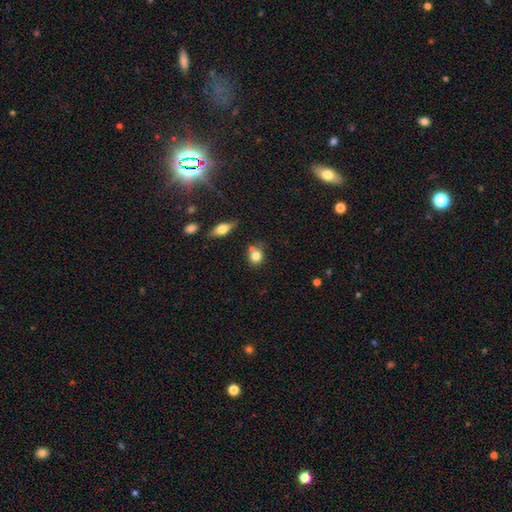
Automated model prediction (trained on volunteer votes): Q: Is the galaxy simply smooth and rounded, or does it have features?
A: smooth — 79%.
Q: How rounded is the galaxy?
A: round — 73%.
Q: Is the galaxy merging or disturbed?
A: none — 59%.